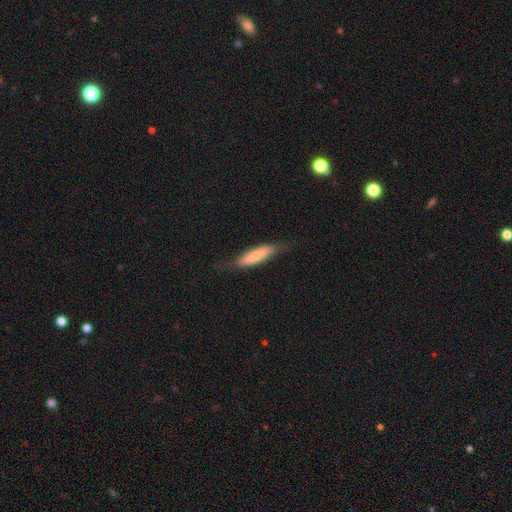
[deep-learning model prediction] A smooth galaxy with no disk features (72%) that is cigar-shaped (67%).

Vote fractions:
- Smooth or featured? smooth: 72% / featured or disk: 23% / star or artifact: 6%
- How rounded? cigar-shaped: 67% / in between: 31% / round: 2%
- Merging? none: 70% / minor disturbance: 21% / major disturbance: 7% / merger: 1%